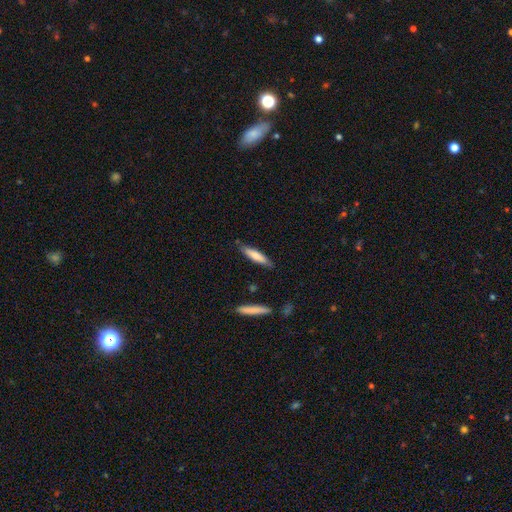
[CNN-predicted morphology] This appears to be a smooth galaxy with no disk features (74%) that is cigar-shaped (81%). Merging: none (83%).